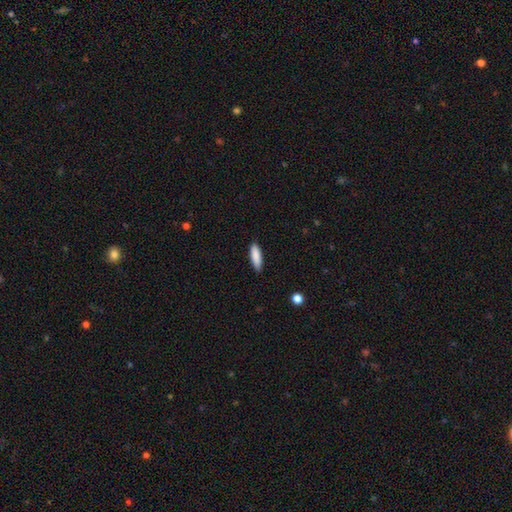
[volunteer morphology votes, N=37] A smooth galaxy with no disk features (92%) that is cigar-shaped (62%). Merging: none (92%).